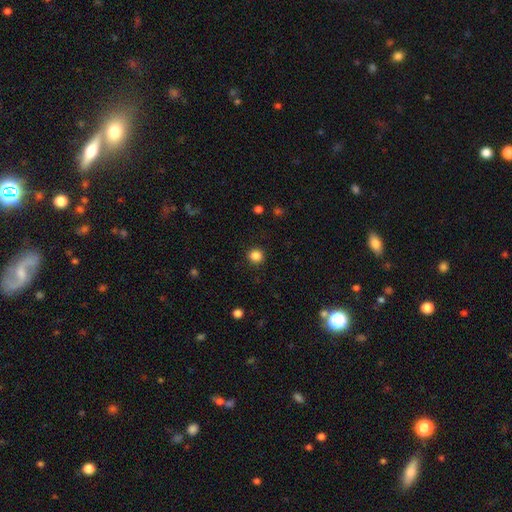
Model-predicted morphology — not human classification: A smooth galaxy with no disk features (85%) that is round (93%). Merging: none (91%).